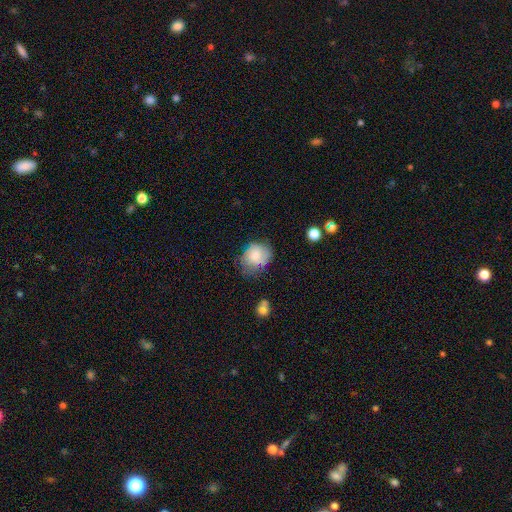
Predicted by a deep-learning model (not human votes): A smooth galaxy with no disk features (76%) that is round (56%).

Vote fractions:
- Smooth or featured? smooth: 76% / featured or disk: 16% / star or artifact: 8%
- How rounded? round: 56% / in between: 43% / cigar-shaped: 1%
- Merging? none: 53% / minor disturbance: 33% / major disturbance: 11% / merger: 3%